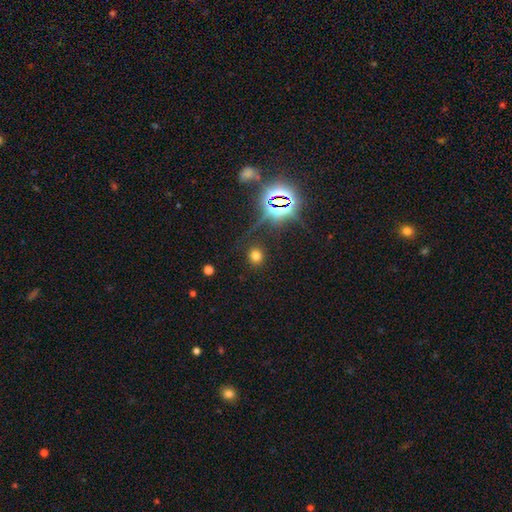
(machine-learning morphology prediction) This is likely a smooth galaxy (67%). How rounded: clearly round (83%). Merging: clearly none (87%).